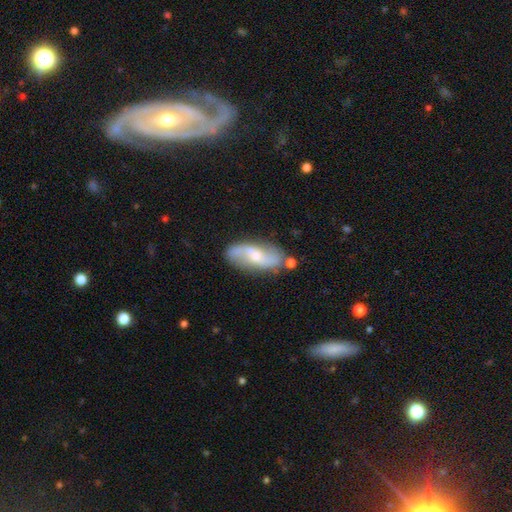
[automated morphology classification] A featured or disk galaxy (72%) with no bar (45%), 2 (90%) loose (67%) spiral arms (91%) and a moderate central bulge (48%). Merging: none (75%).